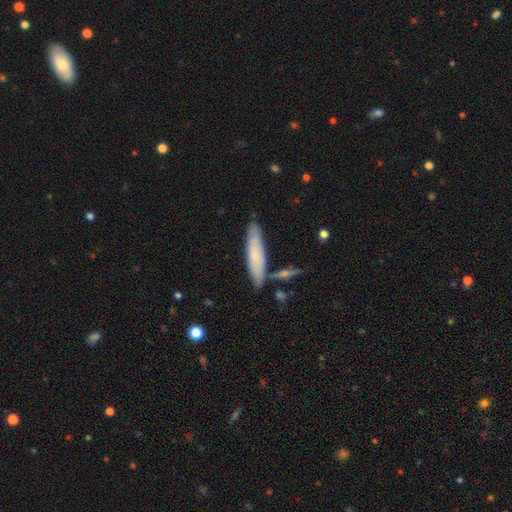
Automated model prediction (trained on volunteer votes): Morphology: type=smooth (65%); roundness=cigar-shaped (76%); merging=none (76%).